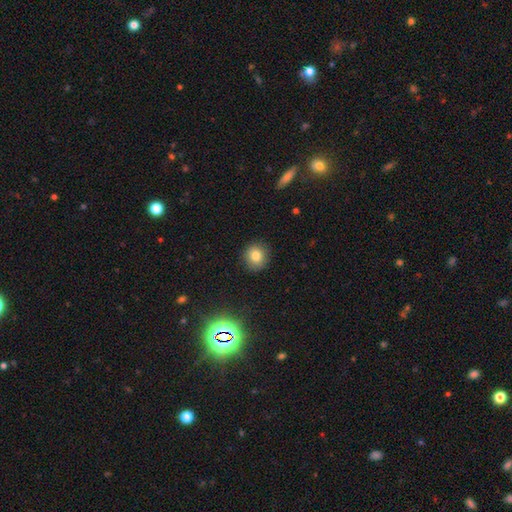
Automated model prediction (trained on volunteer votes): Smooth or featured? smooth (79%)
How rounded? round (88%)
Merging? none (88%)